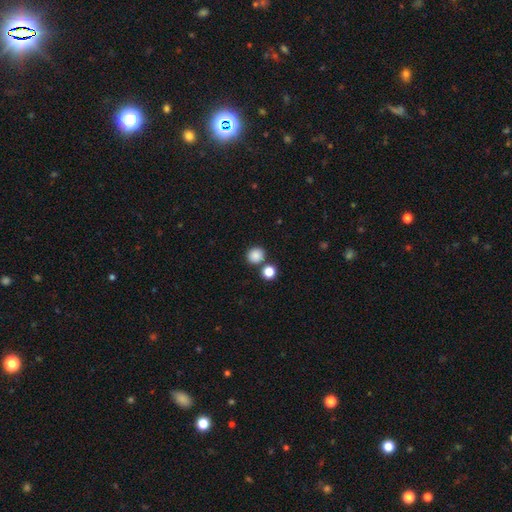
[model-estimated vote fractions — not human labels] Smooth or featured: smooth — 86% (star or artifact — 10%)
How rounded: round — 88% (in between — 11%)
Merging: none — 78% (merger — 12%)